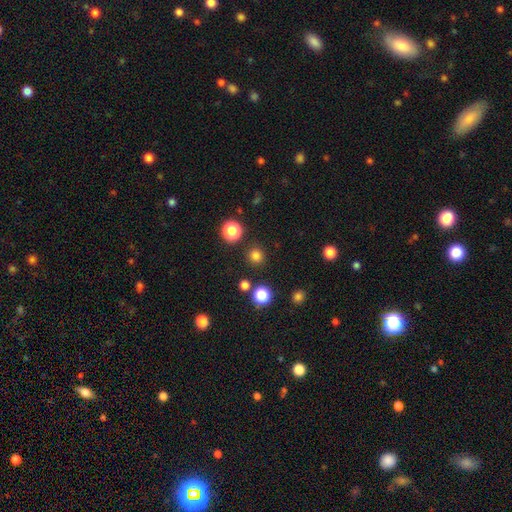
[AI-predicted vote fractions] Morphology: type=smooth (79%); roundness=round (93%); merging=none (89%).